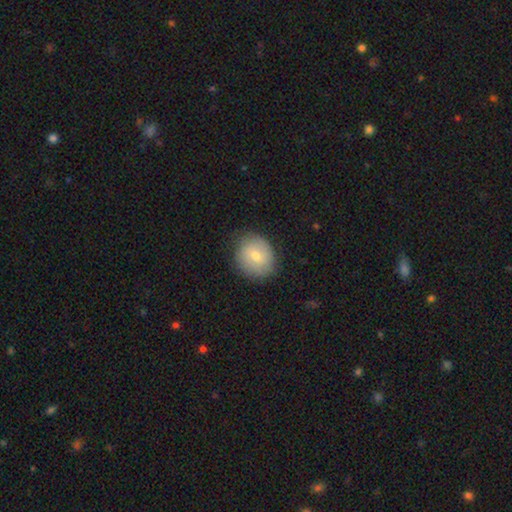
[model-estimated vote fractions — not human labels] smooth_or_featured: smooth (p=0.70) [alt: featured or disk p=0.22]
how_rounded: round (p=0.81) [alt: in between p=0.18]
merging: none (p=0.83) [alt: minor disturbance p=0.13]